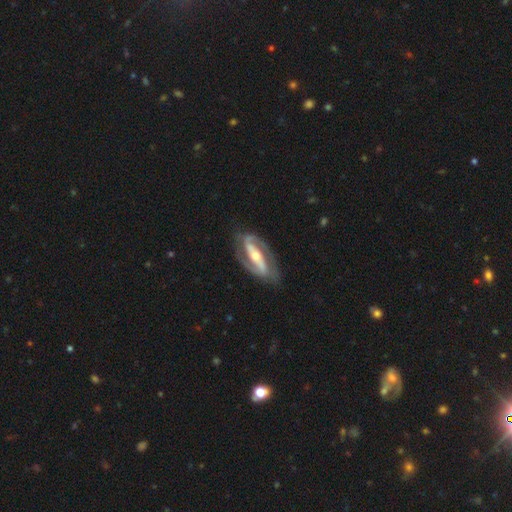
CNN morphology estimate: Smooth or featured? Predicted: featured or disk (p=0.90). Edge-on disk? Predicted: no (p=0.93). Bar? Predicted: strong (p=0.66). Spiral arms? Predicted: yes (p=0.95). Spiral winding? Predicted: medium (p=0.47). Spiral arm count? Predicted: 2 (p=0.92). Bulge size? Predicted: moderate (p=0.53). Merging? Predicted: none (p=0.82).